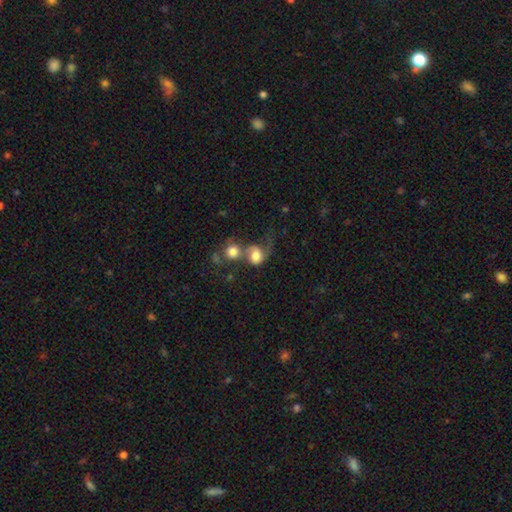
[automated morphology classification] Smooth or featured?
  - smooth: 67% *
  - featured or disk: 24%
  - star or artifact: 9%
How rounded?
  - round: 67% *
  - in between: 31%
  - cigar-shaped: 1%
Merging?
  - merger: 63% *
  - major disturbance: 15%
  - none: 14%
  - minor disturbance: 8%